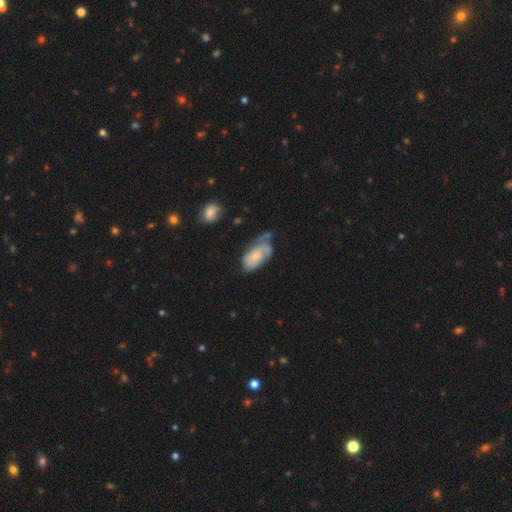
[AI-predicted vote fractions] smooth 51%, featured or disk 42%, star or artifact 7%. Down the decision tree: how rounded — in between (92%); merging — none (37%).